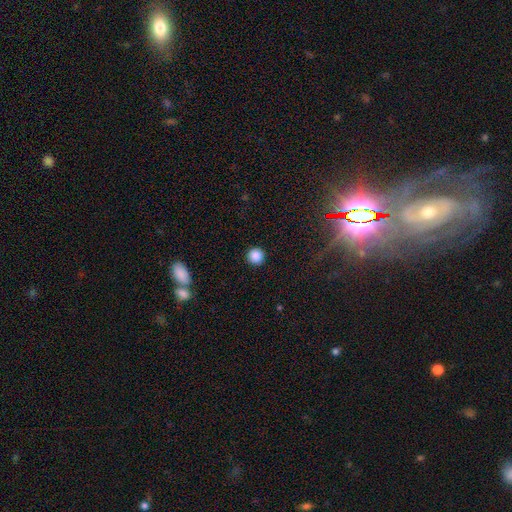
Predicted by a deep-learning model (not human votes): Smooth or featured?
  - smooth: 87% *
  - star or artifact: 10%
  - featured or disk: 3%
How rounded?
  - round: 96% *
  - in between: 3%
  - cigar-shaped: 1%
Merging?
  - none: 92% *
  - minor disturbance: 5%
  - major disturbance: 2%
  - merger: 1%